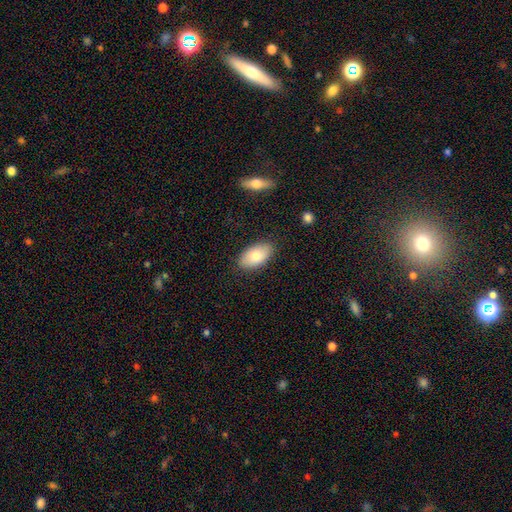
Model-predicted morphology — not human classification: A smooth galaxy with no disk features (77%) that is in between round and cigar-shaped (94%). Merging: none (85%).